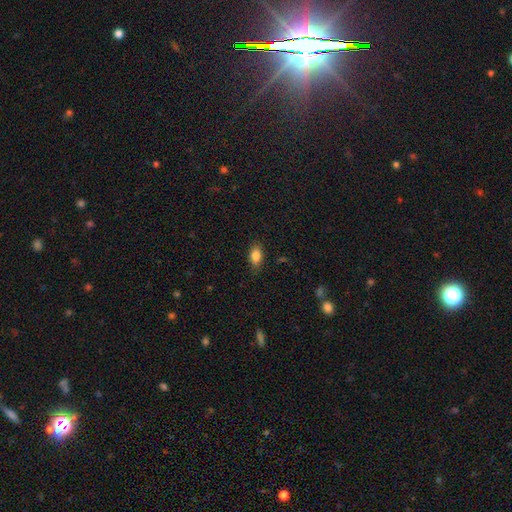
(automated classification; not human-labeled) A smooth galaxy with no disk features (85%) that is in between round and cigar-shaped (87%).

Vote fractions:
- Smooth or featured? smooth: 85% / star or artifact: 9% / featured or disk: 7%
- How rounded? in between: 87% / round: 10% / cigar-shaped: 4%
- Merging? none: 83% / minor disturbance: 13% / major disturbance: 3% / merger: 1%